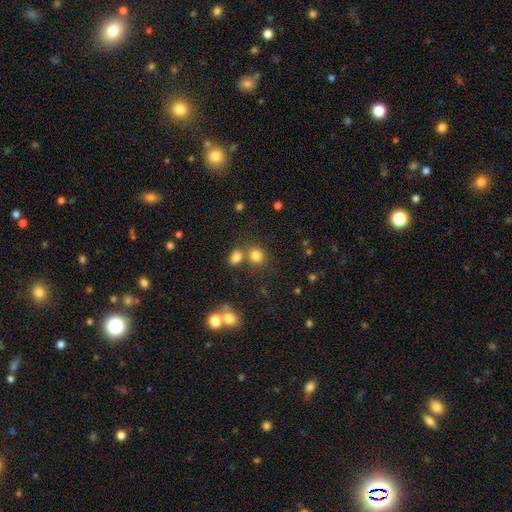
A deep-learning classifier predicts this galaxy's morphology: The model was most divided on "merging": none: 60%, merger: 27%, minor disturbance: 9%, major disturbance: 4%. More confident: smooth or featured — smooth (79%); how rounded — round (75%).